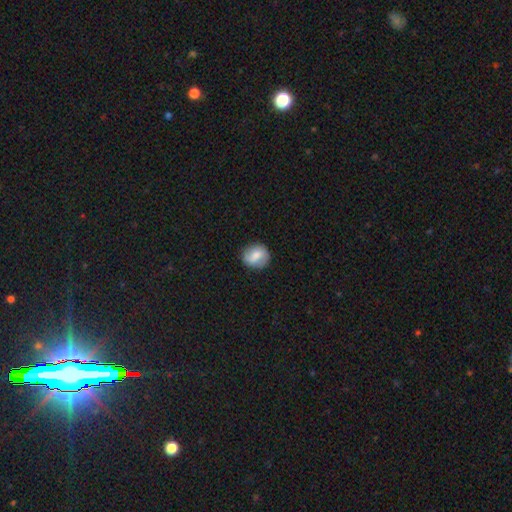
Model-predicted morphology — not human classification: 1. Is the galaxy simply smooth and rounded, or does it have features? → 70% smooth, 23% featured or disk, 8% star or artifact.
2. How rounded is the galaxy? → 77% round, 22% in between, 1% cigar-shaped.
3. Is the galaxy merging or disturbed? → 83% none, 13% minor disturbance, 3% major disturbance, 1% merger.